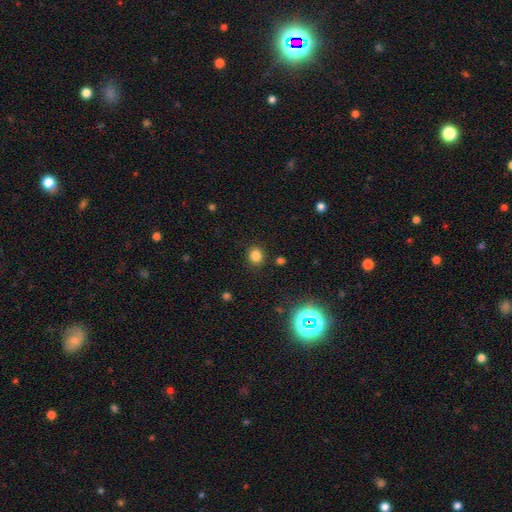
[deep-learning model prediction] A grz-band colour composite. It shows a smooth galaxy with no disk features (81%) that is round (81%). Merging: none (89%).